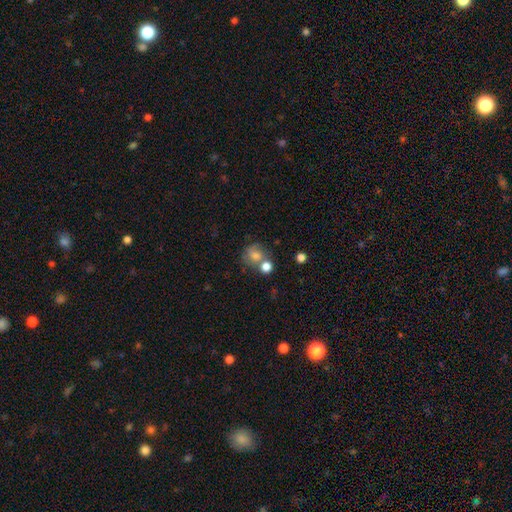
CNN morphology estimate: type=smooth (66%); roundness=round (75%); merging=none (42%).